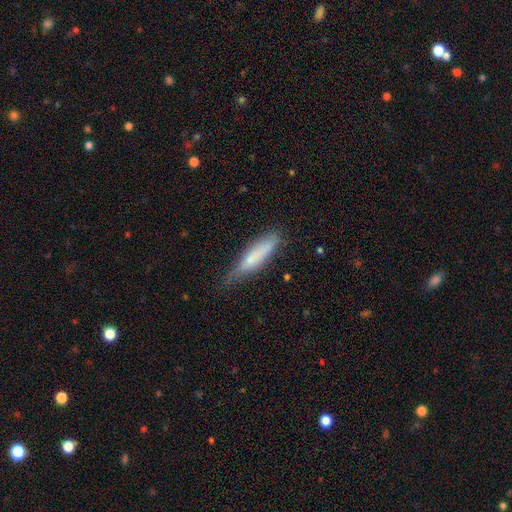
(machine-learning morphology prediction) type=smooth (69%); roundness=cigar-shaped (83%); merging=none (64%).